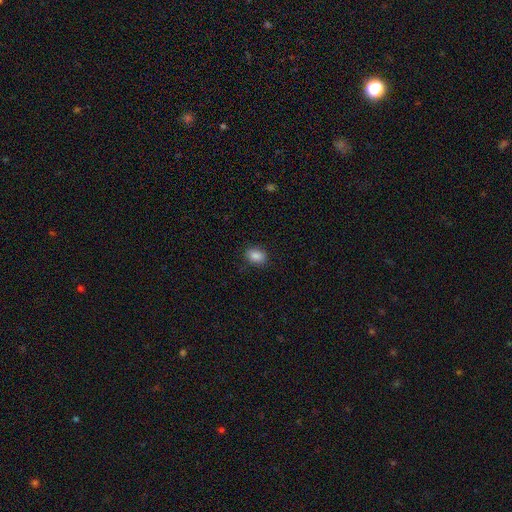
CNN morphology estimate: This appears to be a smooth galaxy with no disk features (87%) that is in between round and cigar-shaped (77%). Merging: none (87%).